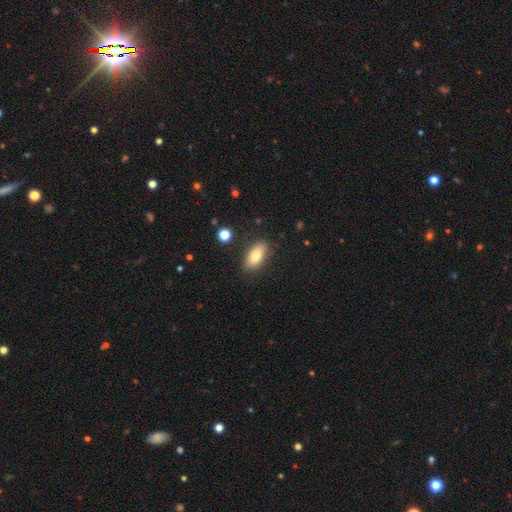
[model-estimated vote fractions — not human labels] Smooth or featured? Predicted: smooth (p=0.79). How rounded? Predicted: in between (p=0.87). Merging? Predicted: none (p=0.83).